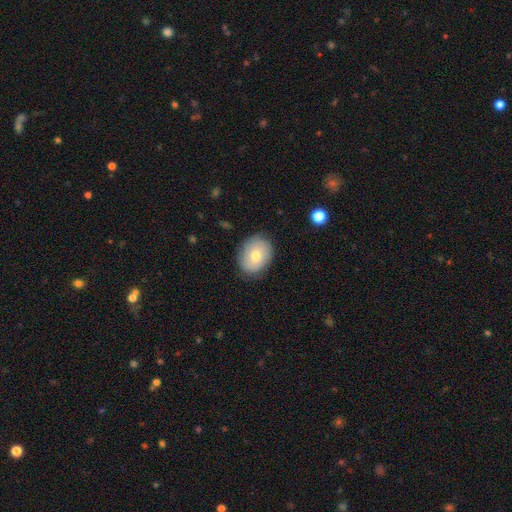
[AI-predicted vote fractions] A smooth galaxy with no disk features (71%) that is in between round and cigar-shaped (56%). Merging: none (84%).